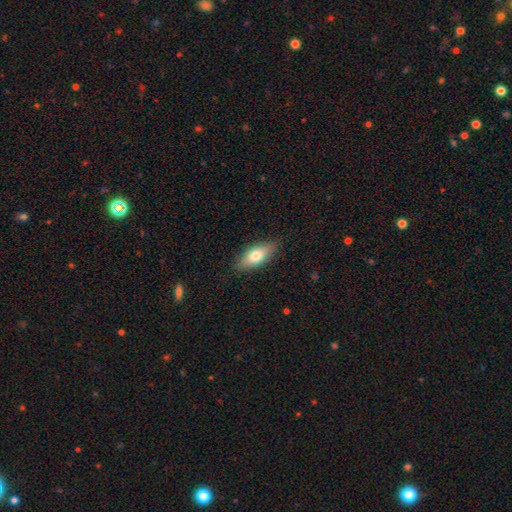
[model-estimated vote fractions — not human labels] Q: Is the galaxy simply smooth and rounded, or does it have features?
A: smooth — 72%.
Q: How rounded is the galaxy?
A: in between — 79%.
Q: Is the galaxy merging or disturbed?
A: none — 85%.